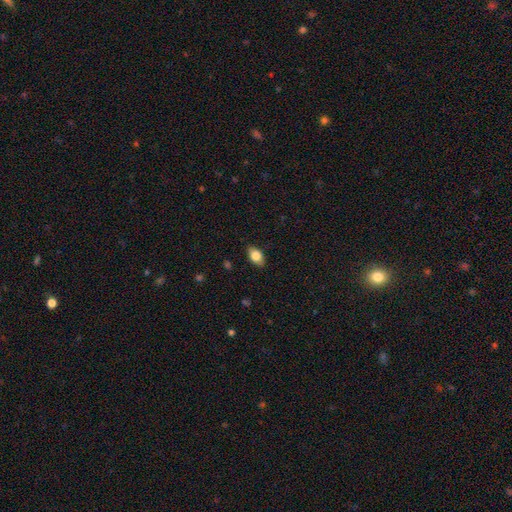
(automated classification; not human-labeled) Q: Smooth or featured?
A: smooth (81%); runner-up: featured or disk (11%)
Q: How rounded?
A: in between (87%); runner-up: round (10%)
Q: Merging?
A: none (86%); runner-up: minor disturbance (11%)